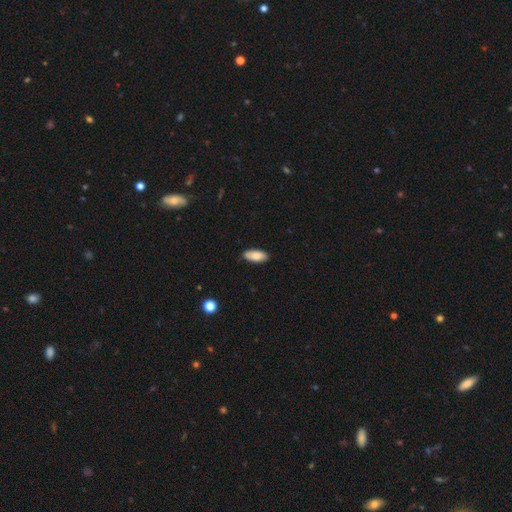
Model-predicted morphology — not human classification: This is clearly a smooth galaxy (85%). How rounded: clearly in between (86%). Merging: clearly none (85%).